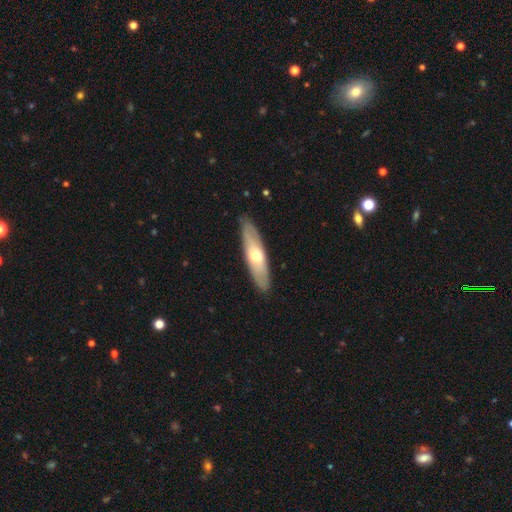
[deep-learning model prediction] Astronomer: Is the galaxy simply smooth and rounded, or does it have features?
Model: featured or disk — 48% (runner-up: smooth, 46%).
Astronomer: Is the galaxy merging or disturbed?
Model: none — 88%.